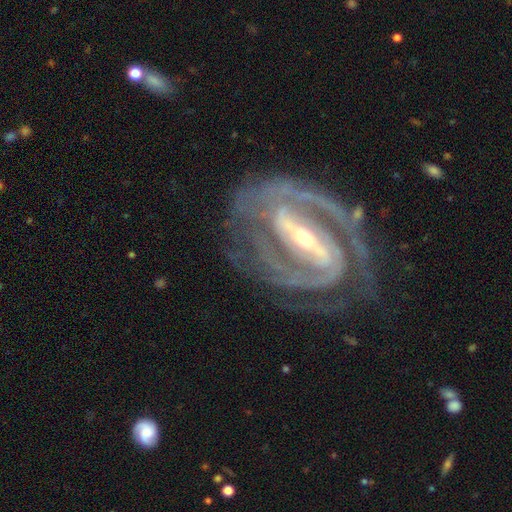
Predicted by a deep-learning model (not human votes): Smooth or featured? featured or disk (92%)
Edge-on disk? no (96%)
Bar? strong (76%)
Spiral arms? yes (97%)
Spiral winding? tight (63%)
Spiral arm count? 2 (70%)
Bulge size? small (61%)
Merging? none (70%)